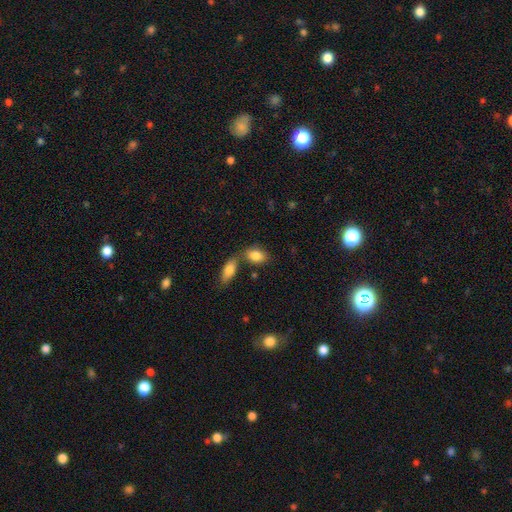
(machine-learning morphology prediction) Q: Smooth or featured?
A: smooth (85%); runner-up: featured or disk (8%)
Q: How rounded?
A: in between (87%); runner-up: round (10%)
Q: Merging?
A: none (55%); runner-up: merger (28%)